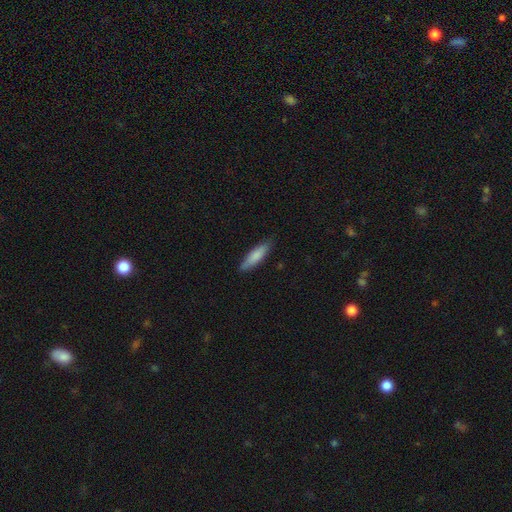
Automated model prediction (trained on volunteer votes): A smooth galaxy with no disk features (81%) that is cigar-shaped (65%).

Vote fractions:
- Smooth or featured? smooth: 81% / featured or disk: 13% / star or artifact: 5%
- How rounded? cigar-shaped: 65% / in between: 34% / round: 1%
- Merging? none: 84% / minor disturbance: 13% / major disturbance: 2% / merger: 1%